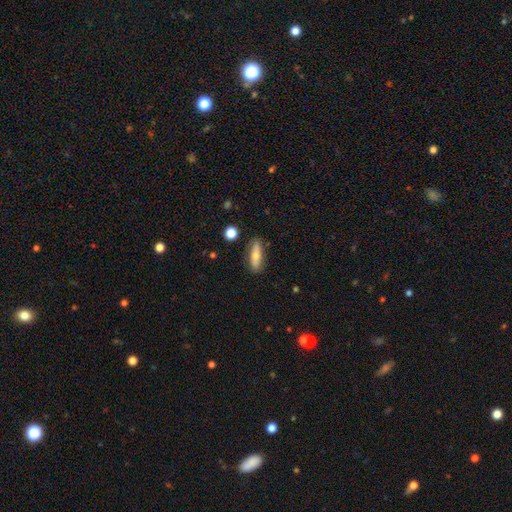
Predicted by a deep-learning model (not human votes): A smooth galaxy with no disk features (69%) that is cigar-shaped (52%). Merging: none (82%).